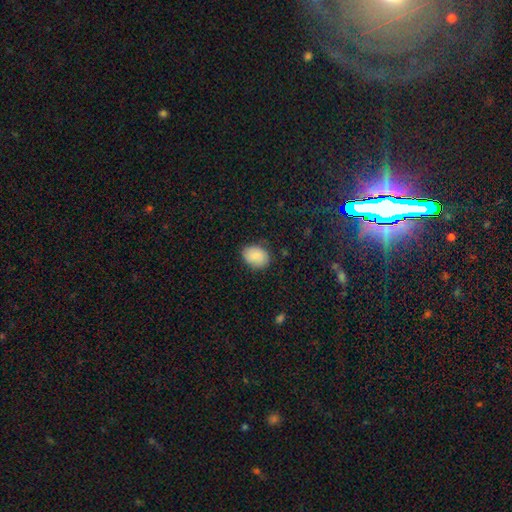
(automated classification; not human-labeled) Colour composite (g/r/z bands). It shows a smooth galaxy with no disk features (86%) that is in between round and cigar-shaped (61%). Merging: none (82%).